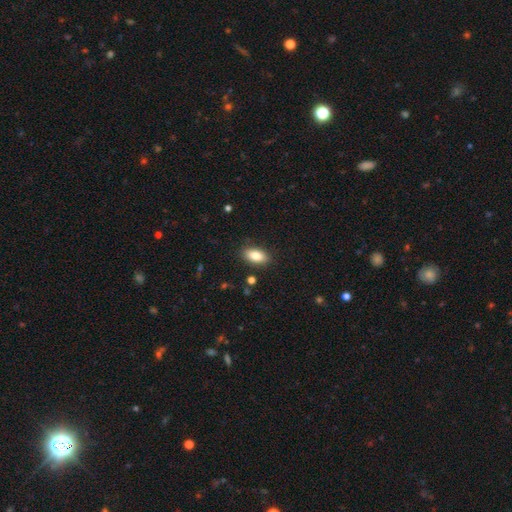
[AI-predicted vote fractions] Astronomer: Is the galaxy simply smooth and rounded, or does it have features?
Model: smooth — 84%.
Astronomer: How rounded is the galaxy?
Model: in between — 90%.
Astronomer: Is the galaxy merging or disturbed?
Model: none — 87%.